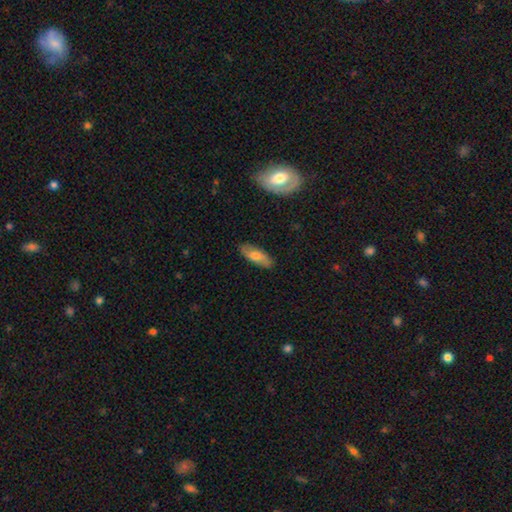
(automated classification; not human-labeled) Morphology: type=smooth (68%); roundness=in between (75%); merging=none (82%).